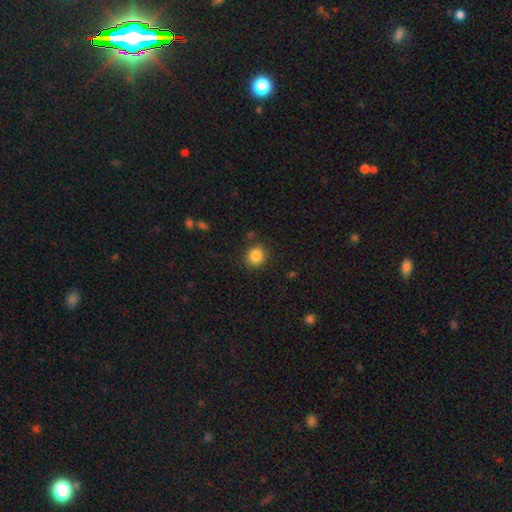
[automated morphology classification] Smooth or featured?
  - smooth: 85% *
  - star or artifact: 10%
  - featured or disk: 5%
How rounded?
  - round: 79% *
  - in between: 20%
  - cigar-shaped: 1%
Merging?
  - none: 86% *
  - minor disturbance: 9%
  - major disturbance: 3%
  - merger: 2%